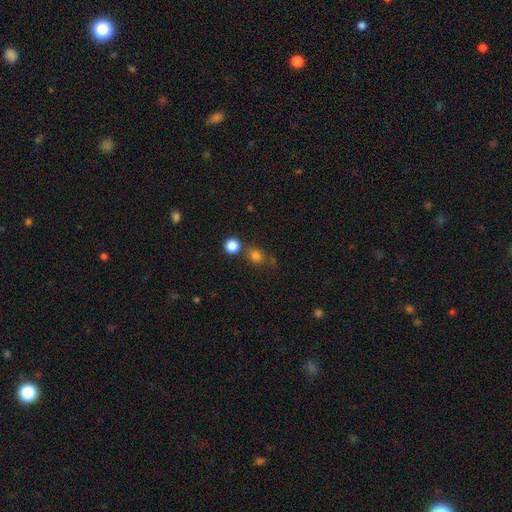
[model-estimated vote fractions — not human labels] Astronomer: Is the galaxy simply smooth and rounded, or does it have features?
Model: smooth — 78%.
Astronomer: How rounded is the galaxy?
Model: round — 70%.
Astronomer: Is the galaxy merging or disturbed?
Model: none — 66%.